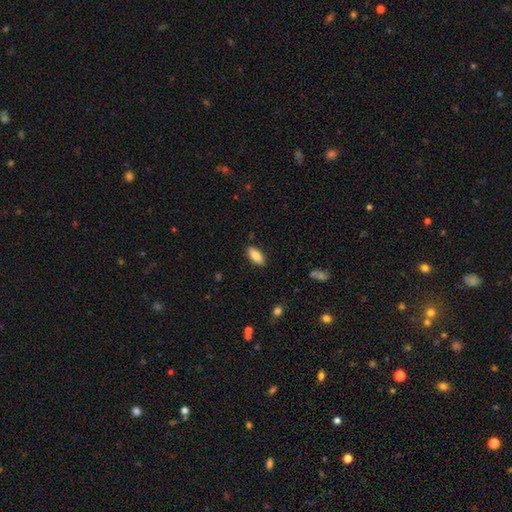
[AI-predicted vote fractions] The model was most divided on "how rounded": in between: 84%, cigar-shaped: 14%, round: 2%. More confident: merging — none (87%); smooth or featured — smooth (84%).